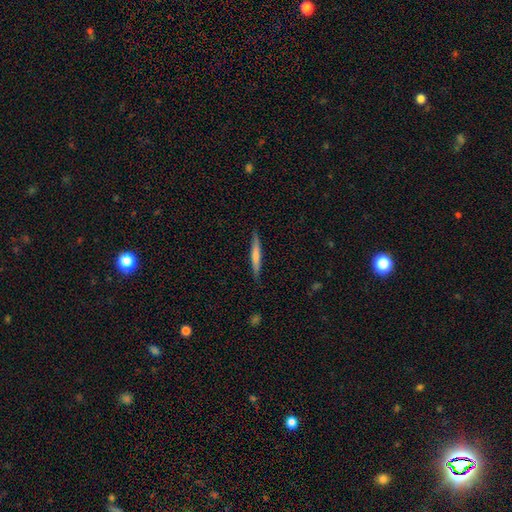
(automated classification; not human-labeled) This appears to be a smooth galaxy with no disk features (60%) that is cigar-shaped (95%). Merging: none (87%).